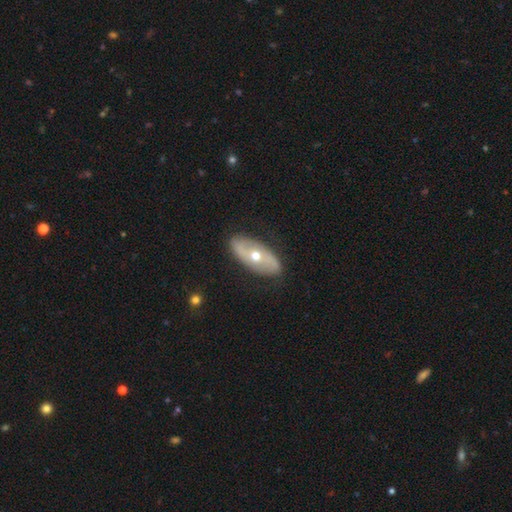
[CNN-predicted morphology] Smooth or featured?
  - featured or disk: 65% *
  - smooth: 29%
  - star or artifact: 6%
Edge-on disk?
  - no: 83% *
  - yes: 17%
Bar?
  - no: 72% *
  - weak: 17%
  - strong: 10%
Spiral arms?
  - yes: 56% *
  - no: 44%
Bulge size?
  - moderate: 67% *
  - small: 29%
  - large: 3%
  - dominant: 1%
  - none: 1%
Merging?
  - none: 84% *
  - minor disturbance: 12%
  - major disturbance: 3%
  - merger: 1%